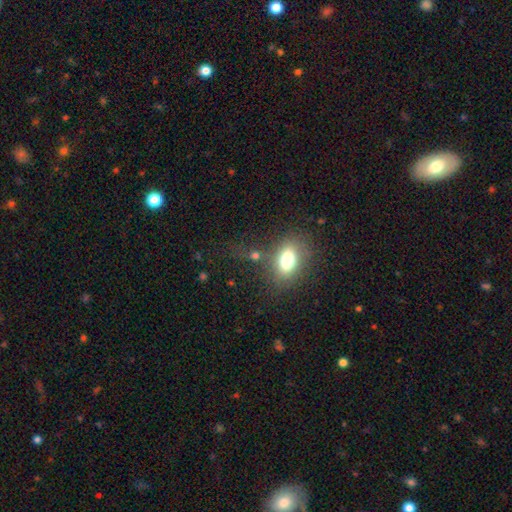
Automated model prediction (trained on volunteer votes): smooth-or-featured: smooth: 73% | star or artifact: 14% | featured or disk: 13%
  how-rounded: in between: 76% | round: 20% | cigar-shaped: 4%
  merging: none: 67% | minor disturbance: 16% | major disturbance: 10% | merger: 8%